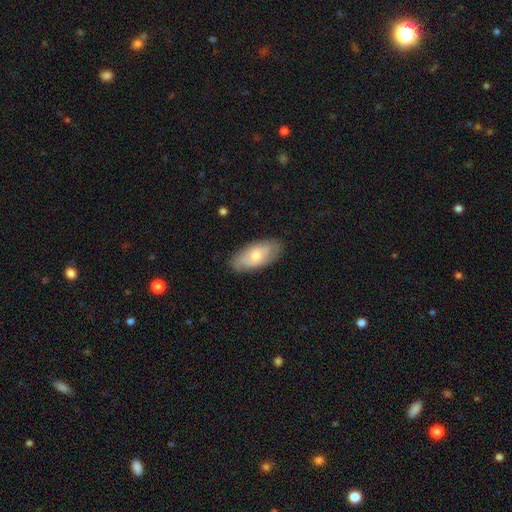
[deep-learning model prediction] smooth 62%, featured or disk 33%, star or artifact 6%. Down the decision tree: how rounded — in between (91%); merging — none (82%).